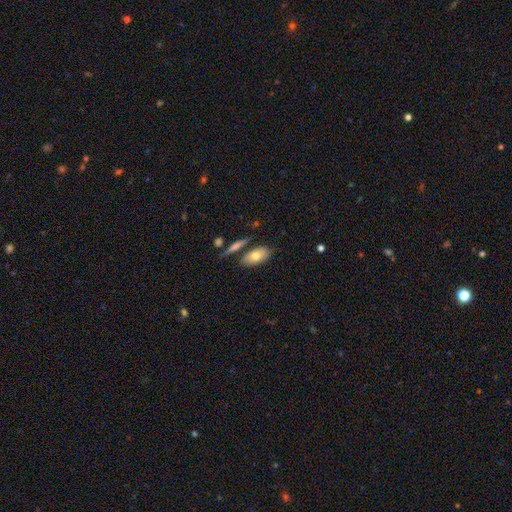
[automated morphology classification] A smooth galaxy with no disk features (74%) that is in between round and cigar-shaped (89%). Merging: none (69%).